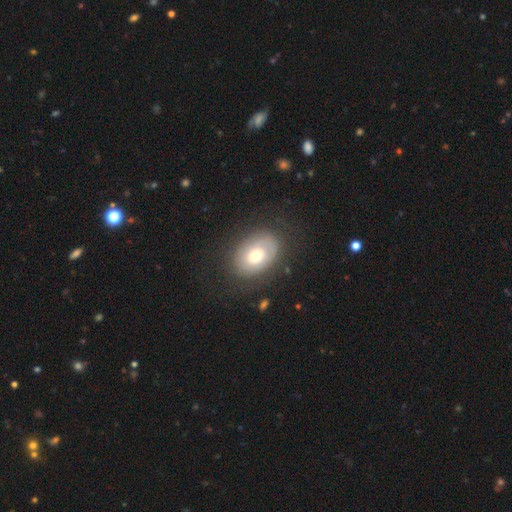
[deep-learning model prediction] Smooth or featured: smooth — 50% (featured or disk — 42%)
How rounded: in between — 77% (round — 22%)
Merging: none — 75% (minor disturbance — 16%)